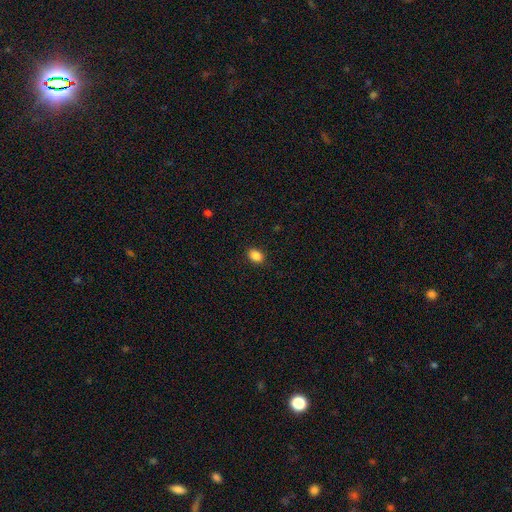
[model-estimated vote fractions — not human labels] A smooth galaxy with no disk features (88%) that is in between round and cigar-shaped (76%). Merging: none (89%).